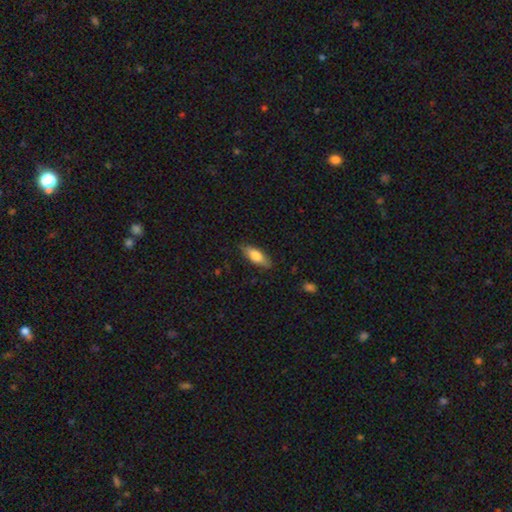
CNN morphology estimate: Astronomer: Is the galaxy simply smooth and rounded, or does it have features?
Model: smooth — 73%.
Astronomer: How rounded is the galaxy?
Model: in between — 66%.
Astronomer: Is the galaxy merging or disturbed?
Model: none — 83%.